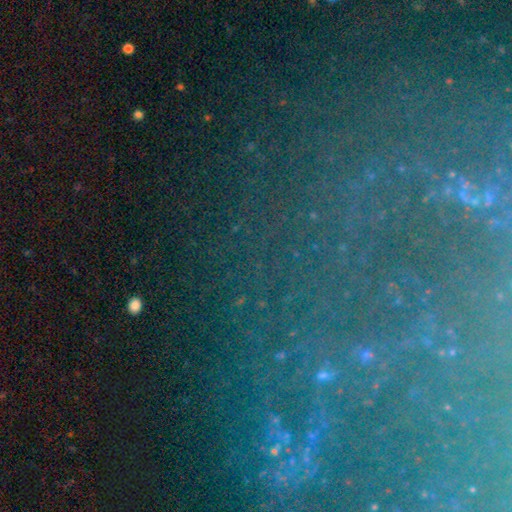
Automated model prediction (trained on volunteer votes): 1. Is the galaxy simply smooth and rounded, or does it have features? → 63% star or artifact, 23% featured or disk, 14% smooth.